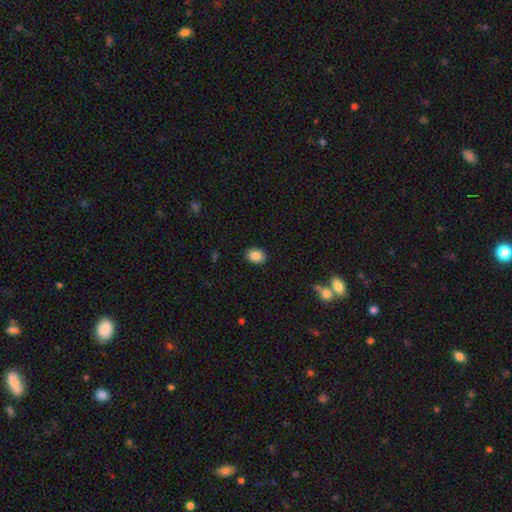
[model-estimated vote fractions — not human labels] smooth-or-featured: smooth: 87% | star or artifact: 8% | featured or disk: 5%
  how-rounded: in between: 71% | round: 28% | cigar-shaped: 1%
  merging: none: 90% | minor disturbance: 7% | major disturbance: 2% | merger: 1%